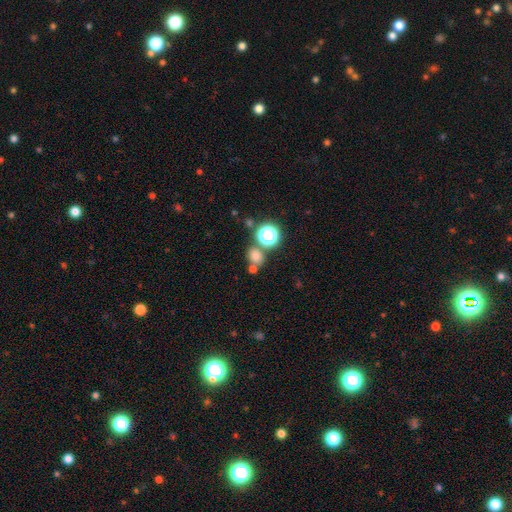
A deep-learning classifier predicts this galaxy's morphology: This is likely a smooth galaxy (71%). How rounded: likely round (69%). Merging: likely none (62%).